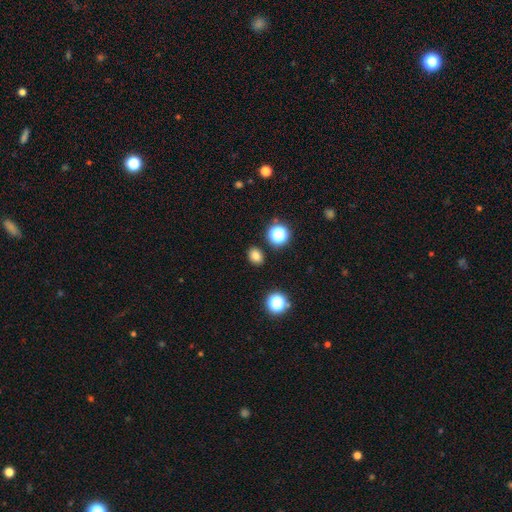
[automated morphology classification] Overall: smooth (79%). How rounded: in between (53%; round 46%). Merging: none (88%).